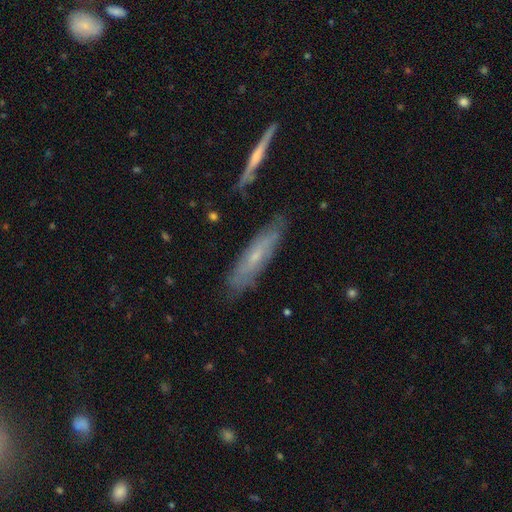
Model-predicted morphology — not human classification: Smooth or featured? featured or disk (52%)
Edge-on disk? yes (53%)
Merging? none (80%)